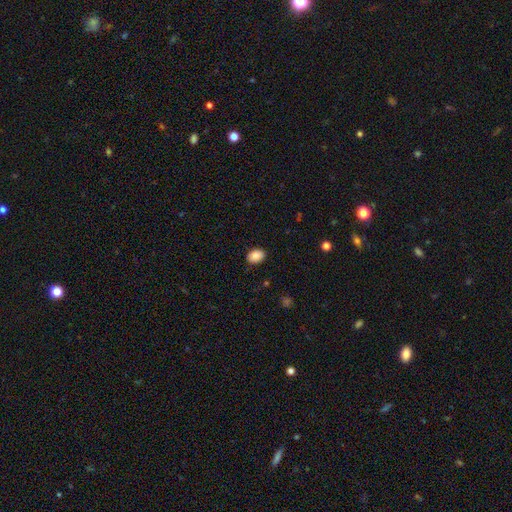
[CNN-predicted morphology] Smooth or featured: smooth — 88% (star or artifact — 8%)
How rounded: in between — 76% (round — 23%)
Merging: none — 88% (minor disturbance — 9%)